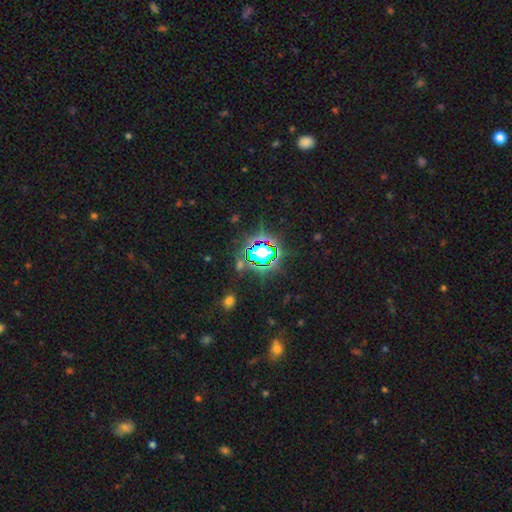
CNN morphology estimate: A star or artifact, not a galaxy (76%).

Vote fractions:
- Smooth or featured? star or artifact: 76% / smooth: 15% / featured or disk: 8%